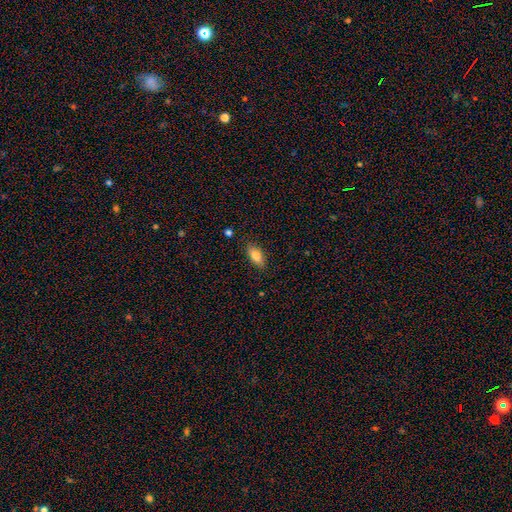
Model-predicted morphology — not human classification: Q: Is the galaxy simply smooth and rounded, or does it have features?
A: smooth — 78%.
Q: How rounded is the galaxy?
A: in between — 84%.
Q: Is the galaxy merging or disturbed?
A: none — 85%.